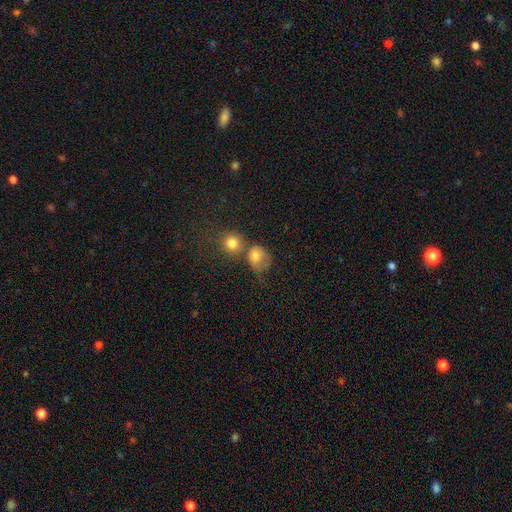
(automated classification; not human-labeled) smooth_or_featured: smooth (p=0.76) [alt: featured or disk p=0.13]
how_rounded: round (p=0.64) [alt: in between p=0.34]
merging: merger (p=0.37) [alt: none p=0.33]